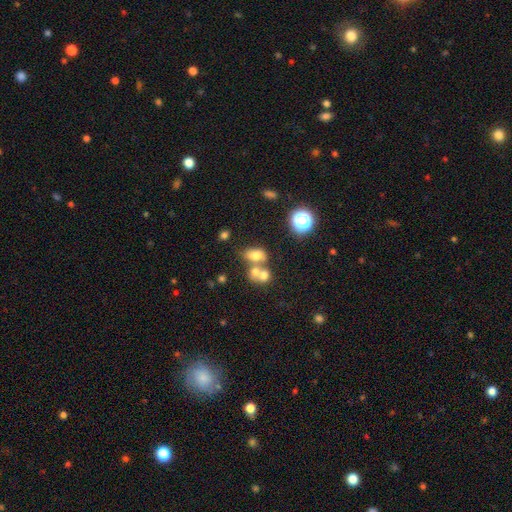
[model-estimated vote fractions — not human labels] The model was most divided on "merging": merger: 48%, none: 36%, minor disturbance: 10%, major disturbance: 6%. More confident: how rounded — in between (73%); smooth or featured — smooth (68%).